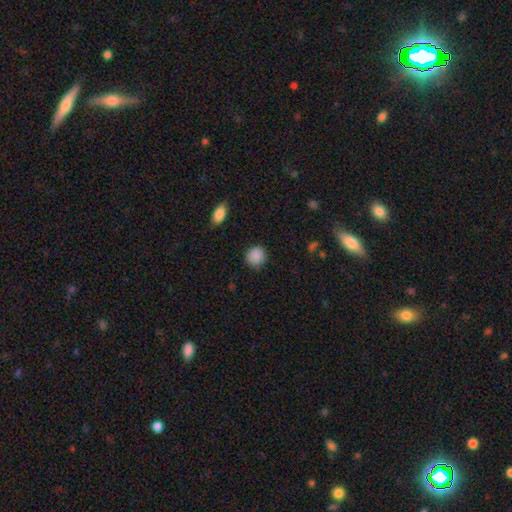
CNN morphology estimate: Overall: smooth (89%). How rounded: round (89%). Merging: none (87%).